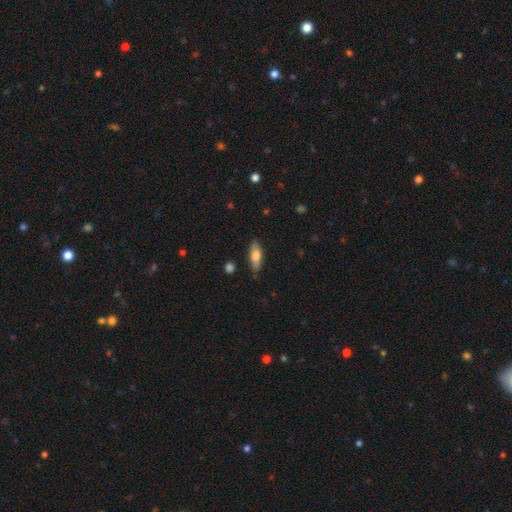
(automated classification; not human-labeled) A smooth galaxy with no disk features (69%) that is in between round and cigar-shaped (61%). Merging: none (83%).